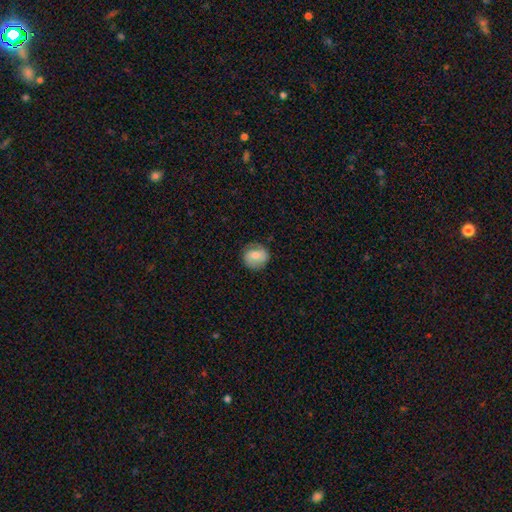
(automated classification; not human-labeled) smooth-or-featured: smooth: 66% | featured or disk: 26% | star or artifact: 8%
  how-rounded: round: 80% | in between: 19% | cigar-shaped: 1%
  merging: none: 74% | minor disturbance: 18% | major disturbance: 6% | merger: 1%